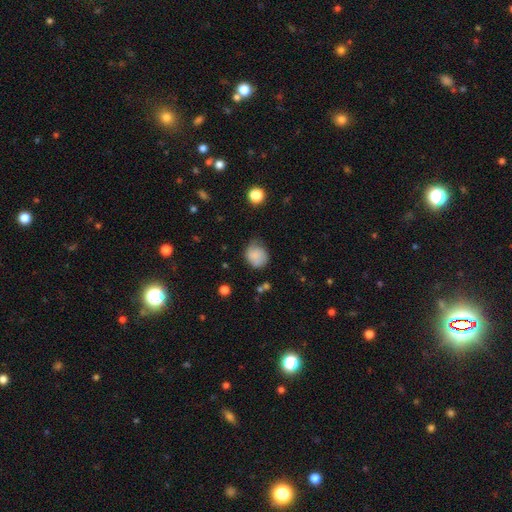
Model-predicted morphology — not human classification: type=smooth (77%); roundness=round (70%); merging=none (47%).